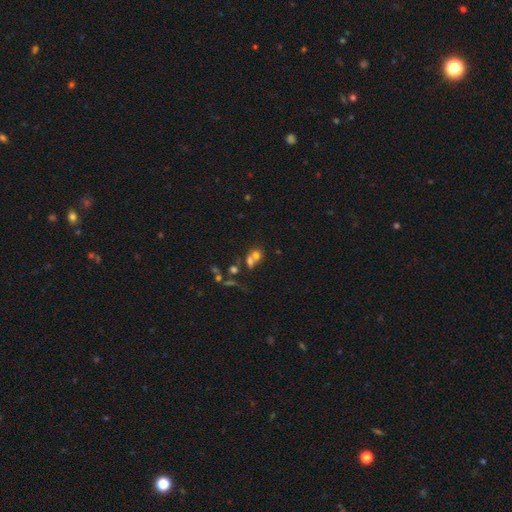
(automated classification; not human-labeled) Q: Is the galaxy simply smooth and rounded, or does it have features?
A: smooth — 62%.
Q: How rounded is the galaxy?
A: round — 67%.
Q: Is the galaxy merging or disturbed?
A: merger — 55%.